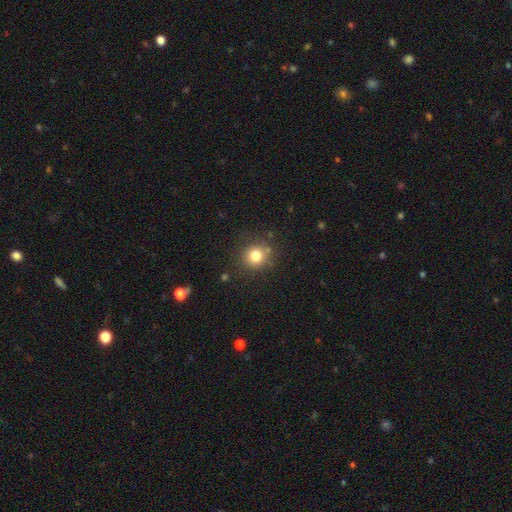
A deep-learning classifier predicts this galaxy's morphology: smooth_or_featured: smooth (p=0.80) [alt: star or artifact p=0.13]
how_rounded: round (p=0.87) [alt: in between p=0.12]
merging: none (p=0.83) [alt: minor disturbance p=0.11]